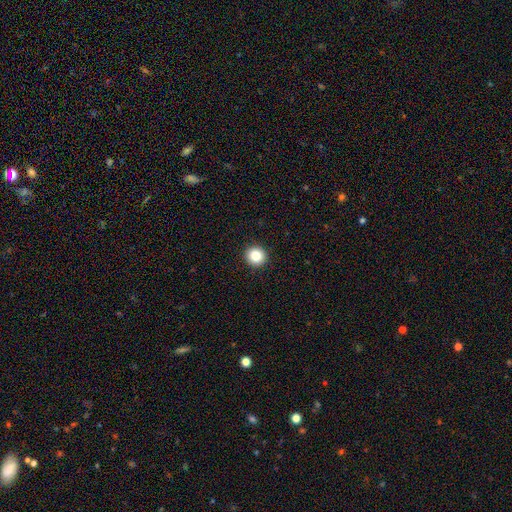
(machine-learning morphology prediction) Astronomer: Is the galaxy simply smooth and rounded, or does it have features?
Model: smooth — 85%.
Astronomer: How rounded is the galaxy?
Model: round — 94%.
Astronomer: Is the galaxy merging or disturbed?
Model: none — 94%.